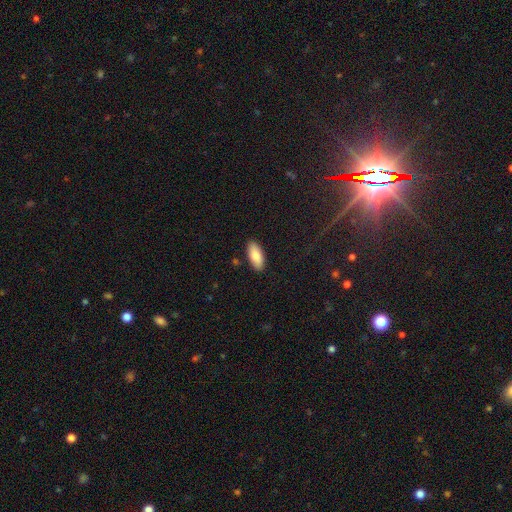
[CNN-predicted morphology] smooth_or_featured: smooth (p=0.82) [alt: featured or disk p=0.12]
how_rounded: in between (p=0.86) [alt: cigar-shaped p=0.12]
merging: none (p=0.88) [alt: minor disturbance p=0.08]